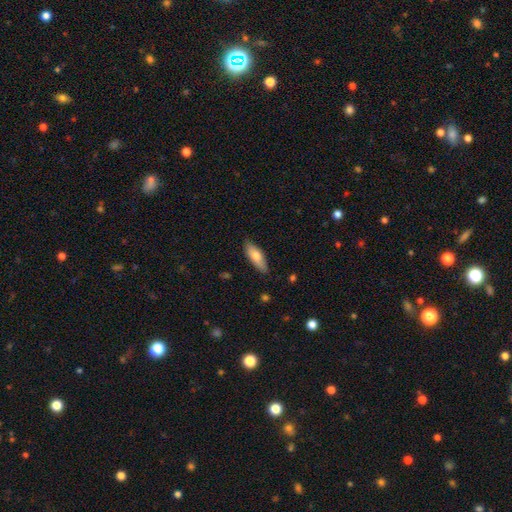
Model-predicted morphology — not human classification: This is likely a smooth galaxy (74%). How rounded: likely in between (62%). Merging: clearly none (86%).